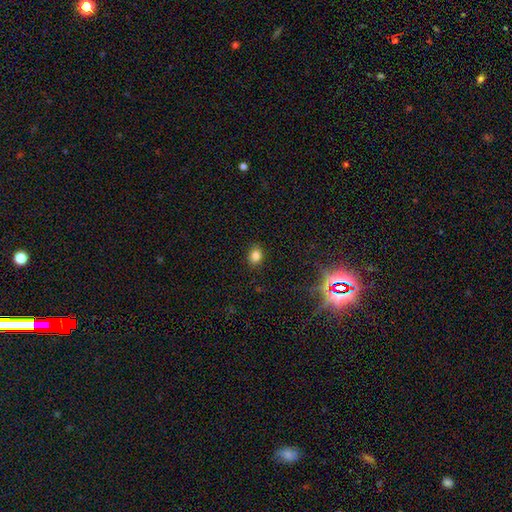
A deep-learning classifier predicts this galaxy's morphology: Smooth or featured? Predicted: smooth (p=0.82). How rounded? Predicted: in between (p=0.56). Merging? Predicted: none (p=0.88).